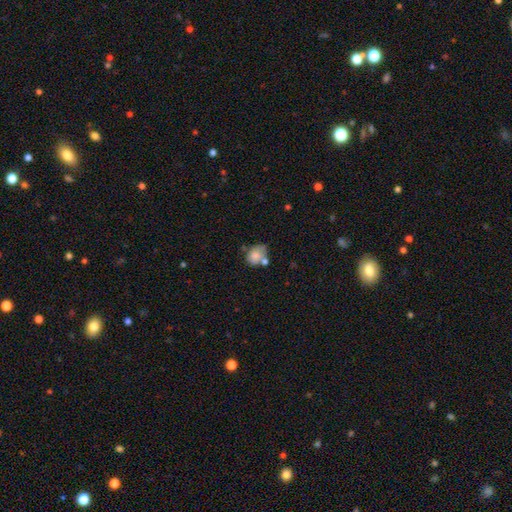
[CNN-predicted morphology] smooth 73%, featured or disk 18%, star or artifact 9%. Down the decision tree: how rounded — in between (51%); merging — none (38%).